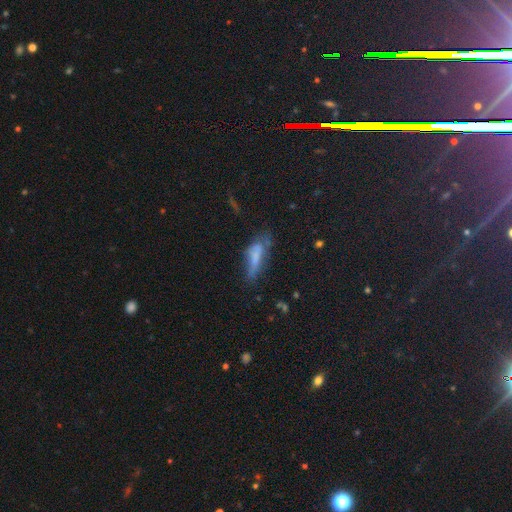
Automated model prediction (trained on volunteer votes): Smooth or featured: smooth — 56% (featured or disk — 31%)
How rounded: in between — 50% (cigar-shaped — 47%)
Merging: none — 35% (minor disturbance — 30%)